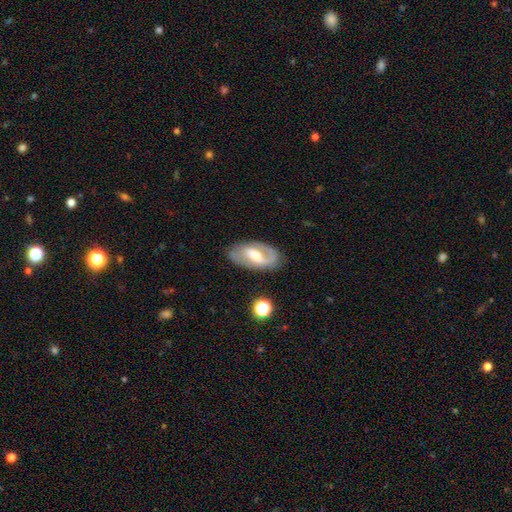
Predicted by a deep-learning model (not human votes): The model was most divided on "bar": weak: 45%, strong: 37%, no: 18%. Remaining: edge-on disk — no (94%); spiral arms — yes (84%); merging — none (78%); smooth or featured — featured or disk (77%); spiral arm count — 2 (74%); bulge size — moderate (57%); spiral winding — medium (48%).